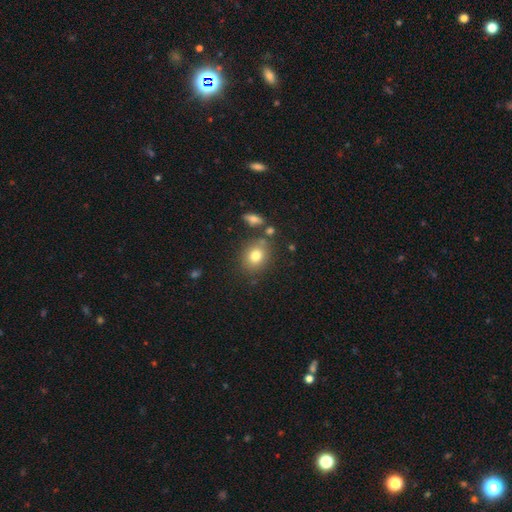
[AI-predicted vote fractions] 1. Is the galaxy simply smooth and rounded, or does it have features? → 78% smooth, 11% featured or disk, 11% star or artifact.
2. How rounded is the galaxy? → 57% round, 41% in between, 1% cigar-shaped.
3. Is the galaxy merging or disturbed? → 74% none, 13% minor disturbance, 9% merger, 4% major disturbance.